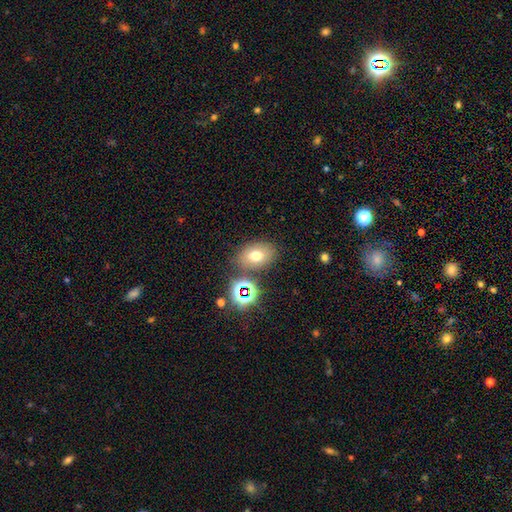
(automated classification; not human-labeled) A smooth galaxy with no disk features (67%) that is in between round and cigar-shaped (74%).

Vote fractions:
- Smooth or featured? smooth: 67% / star or artifact: 18% / featured or disk: 15%
- How rounded? in between: 74% / round: 25% / cigar-shaped: 1%
- Merging? none: 75% / minor disturbance: 12% / merger: 8% / major disturbance: 4%